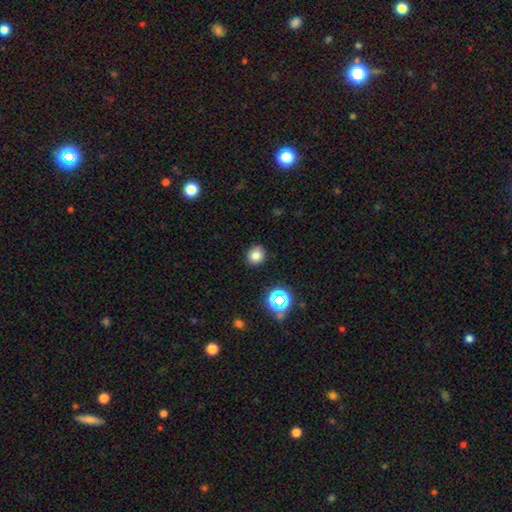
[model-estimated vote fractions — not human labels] Smooth or featured: smooth — 79% (star or artifact — 16%)
How rounded: round — 85% (in between — 14%)
Merging: none — 88% (minor disturbance — 8%)